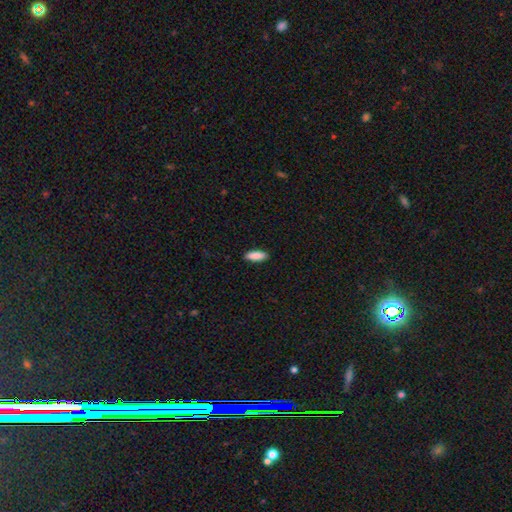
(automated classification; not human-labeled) Smooth or featured? Predicted: smooth (p=0.90). How rounded? Predicted: in between (p=0.69). Merging? Predicted: none (p=0.90).